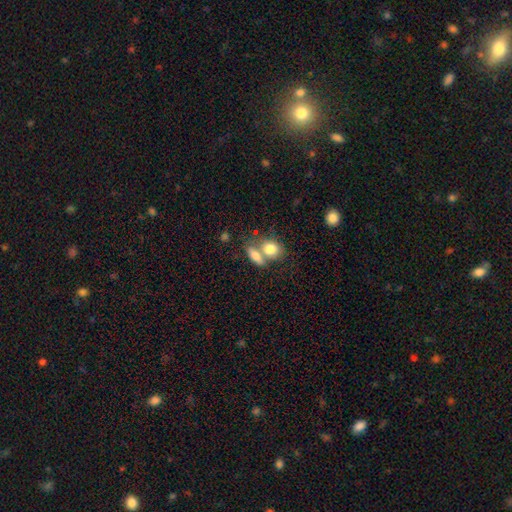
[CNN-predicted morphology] Smooth or featured? smooth (78%)
How rounded? in between (69%)
Merging? merger (51%)